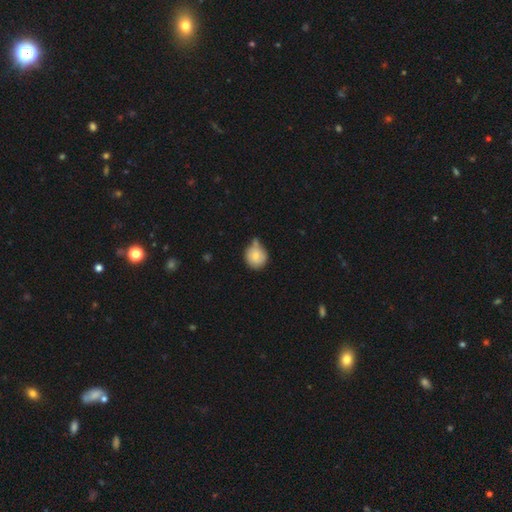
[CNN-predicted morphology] smooth 75%, featured or disk 16%, star or artifact 8%. Down the decision tree: how rounded — round (89%); merging — none (50%).